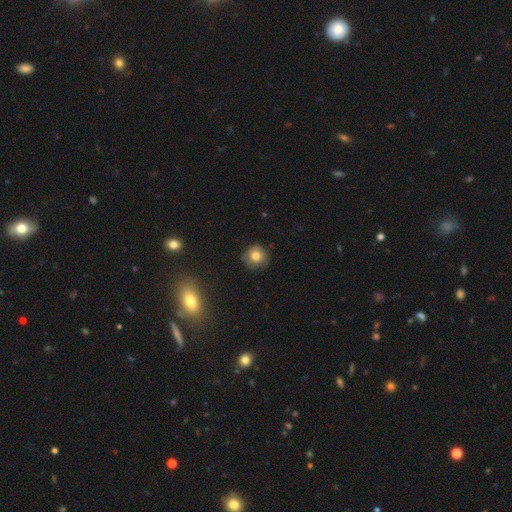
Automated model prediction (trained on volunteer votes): The model was most divided on "smooth or featured": smooth: 70%, featured or disk: 20%, star or artifact: 10%. More confident: how rounded — round (89%); merging — none (74%).